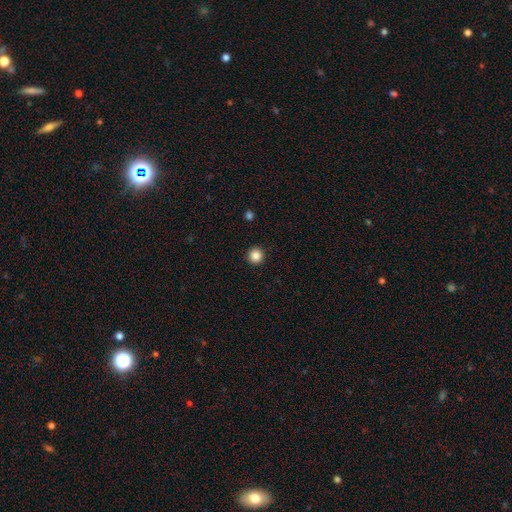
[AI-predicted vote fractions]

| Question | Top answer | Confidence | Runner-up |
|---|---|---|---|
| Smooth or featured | smooth | 86% | star or artifact (10%) |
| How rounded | round | 96% | in between (3%) |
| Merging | none | 94% | minor disturbance (4%) |